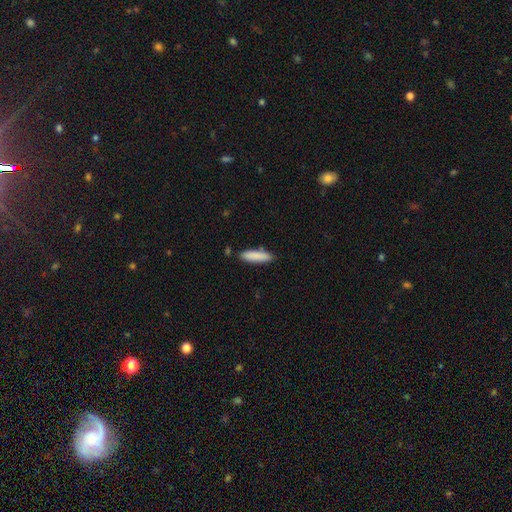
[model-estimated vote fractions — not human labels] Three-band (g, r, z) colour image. It shows a smooth galaxy with no disk features (87%) that is cigar-shaped (69%). Merging: none (84%).